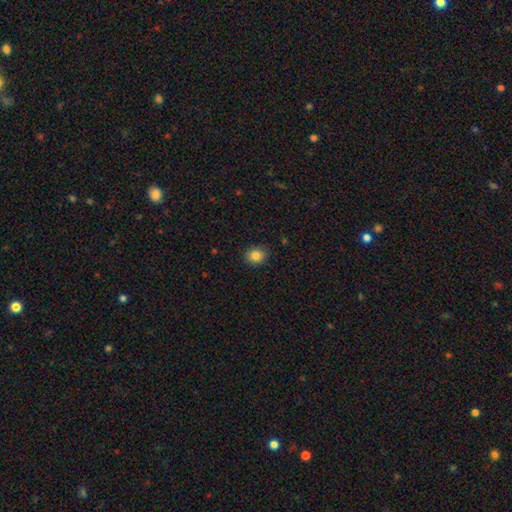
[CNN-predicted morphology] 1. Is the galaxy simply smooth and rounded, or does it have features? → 84% smooth, 10% star or artifact, 5% featured or disk.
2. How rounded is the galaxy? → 68% round, 31% in between, 1% cigar-shaped.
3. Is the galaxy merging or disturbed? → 89% none, 8% minor disturbance, 2% major disturbance, 1% merger.